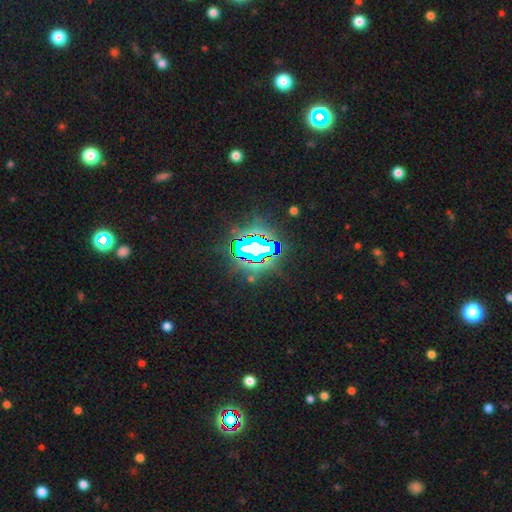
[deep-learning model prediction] Overall: star or artifact (84%).